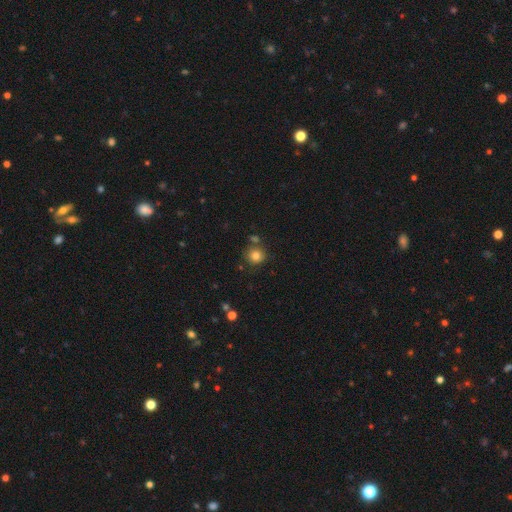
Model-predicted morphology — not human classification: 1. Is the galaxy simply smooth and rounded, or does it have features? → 82% smooth, 12% star or artifact, 6% featured or disk.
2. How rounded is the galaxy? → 91% round, 8% in between, 1% cigar-shaped.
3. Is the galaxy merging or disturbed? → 78% none, 10% merger, 10% minor disturbance, 3% major disturbance.